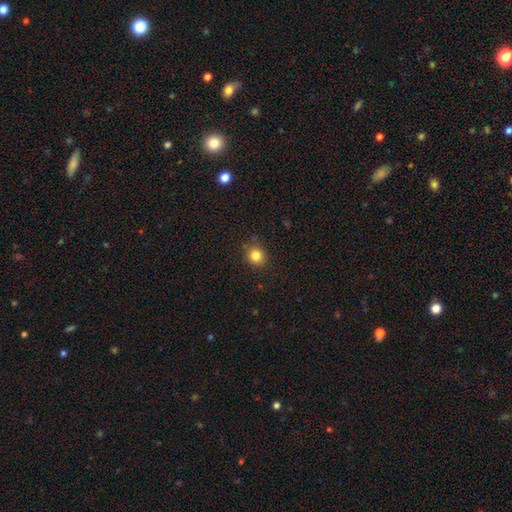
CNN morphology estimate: A smooth galaxy with no disk features (82%) that is round (85%). Merging: none (88%).